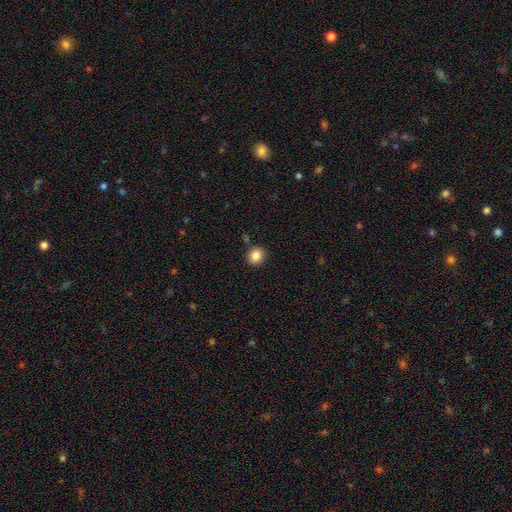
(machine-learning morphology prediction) Smooth or featured? smooth (85%)
How rounded? round (77%)
Merging? none (87%)